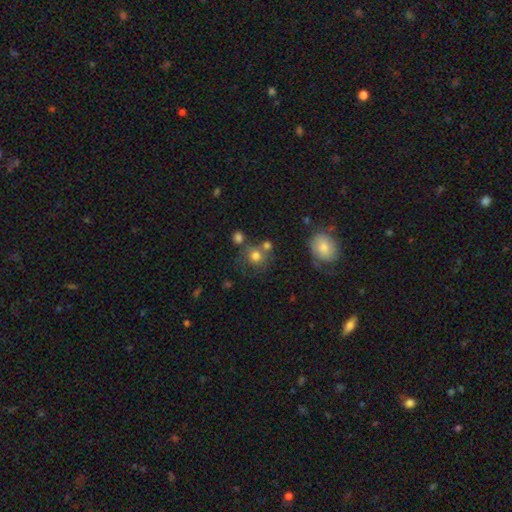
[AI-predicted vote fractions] A smooth galaxy with no disk features (75%) that is round (86%).

Vote fractions:
- Smooth or featured? smooth: 75% / star or artifact: 12% / featured or disk: 12%
- How rounded? round: 86% / in between: 13% / cigar-shaped: 1%
- Merging? none: 59% / merger: 20% / minor disturbance: 14% / major disturbance: 7%